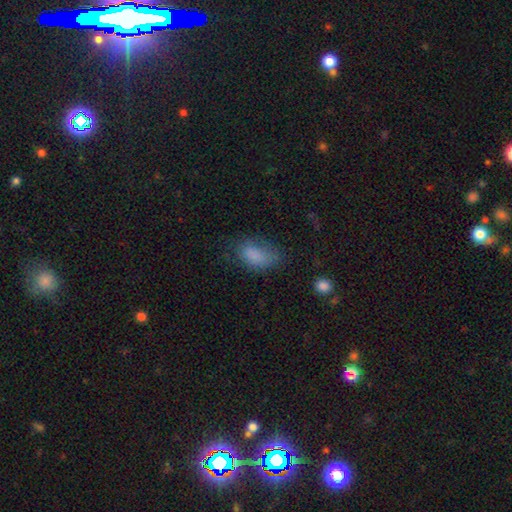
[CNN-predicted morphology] The model was most divided on "merging": none: 54%, minor disturbance: 27%, major disturbance: 17%, merger: 2%. More confident: how rounded — in between (90%); smooth or featured — smooth (81%).